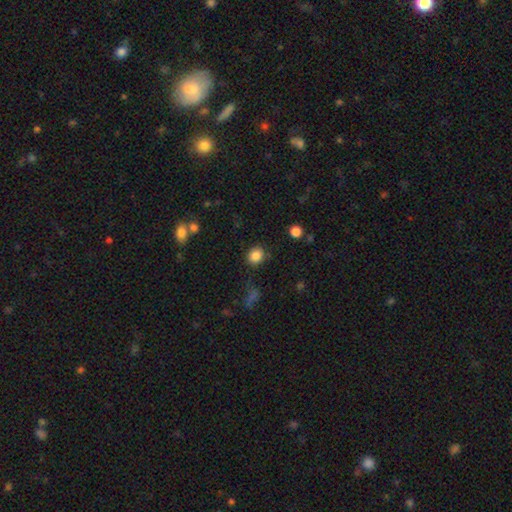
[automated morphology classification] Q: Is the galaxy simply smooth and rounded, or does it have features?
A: smooth — 85%.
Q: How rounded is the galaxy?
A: round — 76%.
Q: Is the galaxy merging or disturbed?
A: none — 85%.